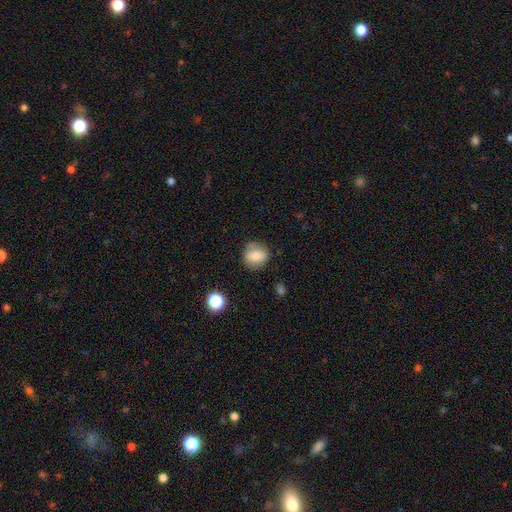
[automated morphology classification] Q: Smooth or featured?
A: smooth (78%); runner-up: featured or disk (13%)
Q: How rounded?
A: round (80%); runner-up: in between (19%)
Q: Merging?
A: none (74%); runner-up: minor disturbance (19%)